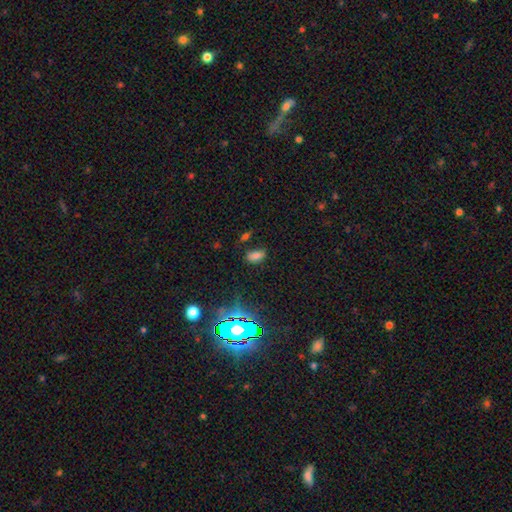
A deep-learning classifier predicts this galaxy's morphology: type=smooth (68%); roundness=in between (90%); merging=none (72%).